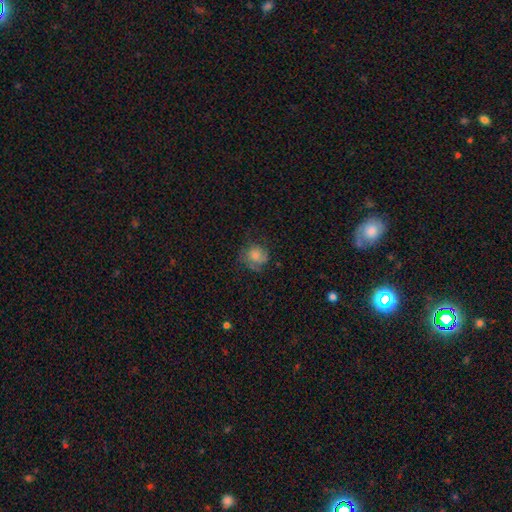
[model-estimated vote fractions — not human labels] smooth-or-featured: smooth: 69% | featured or disk: 21% | star or artifact: 10%
  how-rounded: round: 78% | in between: 21% | cigar-shaped: 1%
  merging: none: 58% | minor disturbance: 25% | major disturbance: 16% | merger: 2%